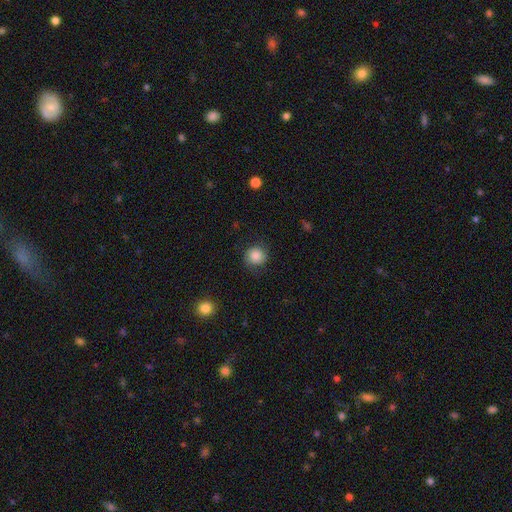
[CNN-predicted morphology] Q: Smooth or featured?
A: smooth (84%); runner-up: star or artifact (9%)
Q: How rounded?
A: round (90%); runner-up: in between (9%)
Q: Merging?
A: none (81%); runner-up: minor disturbance (13%)